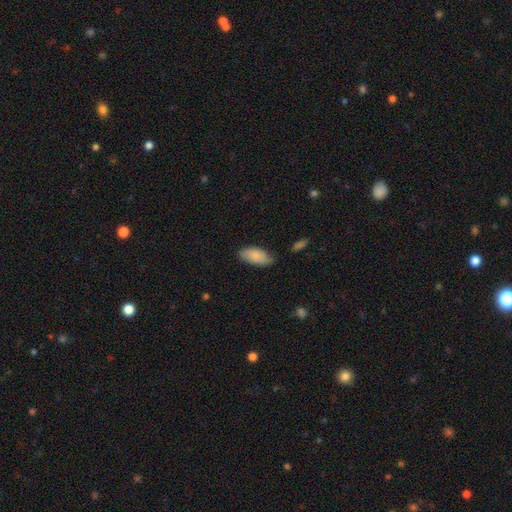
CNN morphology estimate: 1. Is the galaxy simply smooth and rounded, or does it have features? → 82% smooth, 12% featured or disk, 6% star or artifact.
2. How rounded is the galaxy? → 91% in between, 7% cigar-shaped, 2% round.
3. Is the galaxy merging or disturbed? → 71% none, 23% minor disturbance, 4% major disturbance, 2% merger.